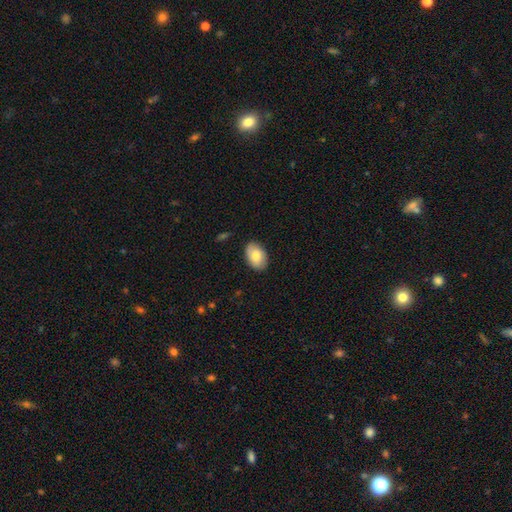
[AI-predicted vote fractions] smooth 78%, featured or disk 16%, star or artifact 6%. Down the decision tree: how rounded — in between (89%); merging — none (86%).